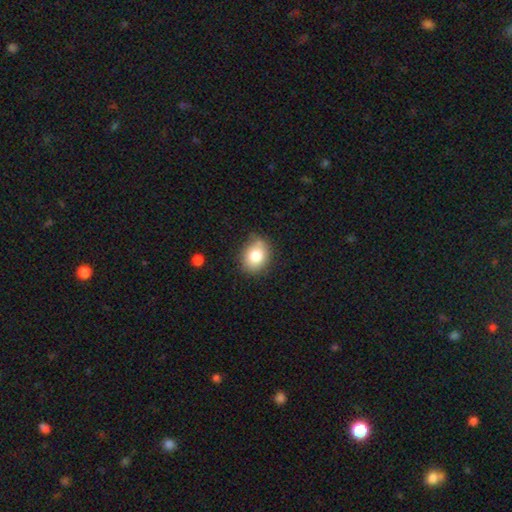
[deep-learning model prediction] This is clearly a smooth galaxy (80%). How rounded: possibly in between (59%). Merging: likely none (75%).